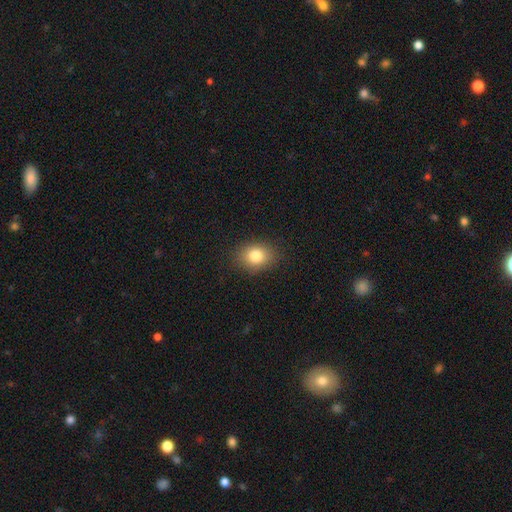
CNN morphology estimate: A smooth galaxy with no disk features (81%) that is in between round and cigar-shaped (56%).

Vote fractions:
- Smooth or featured? smooth: 81% / star or artifact: 11% / featured or disk: 8%
- How rounded? in between: 56% / round: 43% / cigar-shaped: 1%
- Merging? none: 87% / minor disturbance: 9% / major disturbance: 3% / merger: 1%